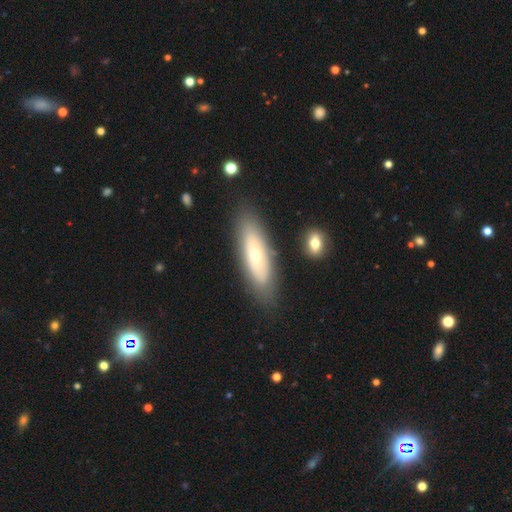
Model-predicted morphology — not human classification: This appears to be a smooth galaxy with no disk features (54%) that is cigar-shaped (50%). Merging: none (81%).